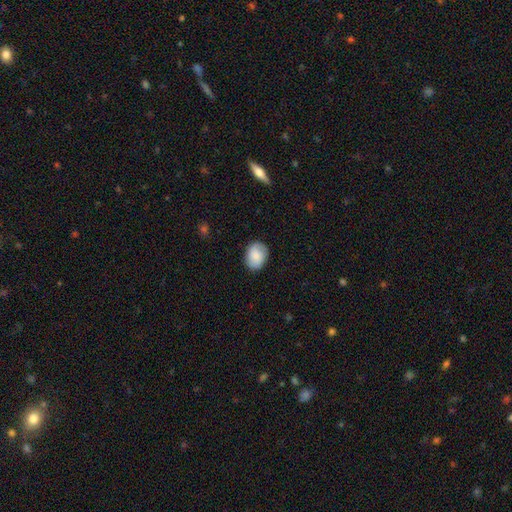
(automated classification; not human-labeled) Smooth or featured? smooth (75%)
How rounded? in between (59%)
Merging? none (81%)